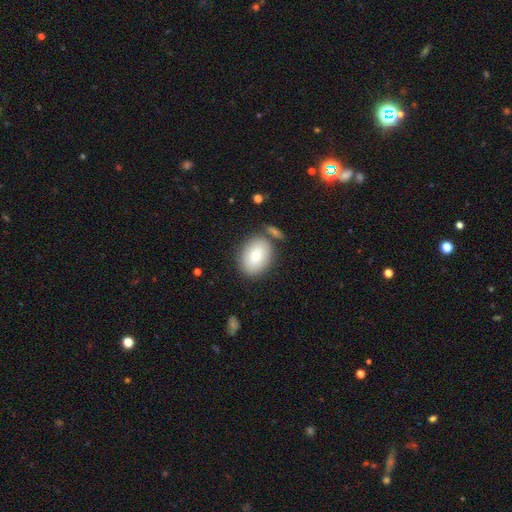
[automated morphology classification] This is likely a smooth galaxy (75%). How rounded: likely in between (63%). Merging: likely none (75%).